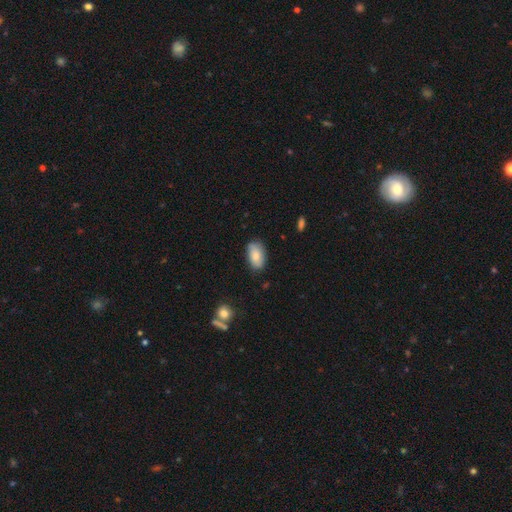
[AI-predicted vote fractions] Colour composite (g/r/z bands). It shows a smooth galaxy with no disk features (80%) that is in between round and cigar-shaped (93%). Merging: none (76%).